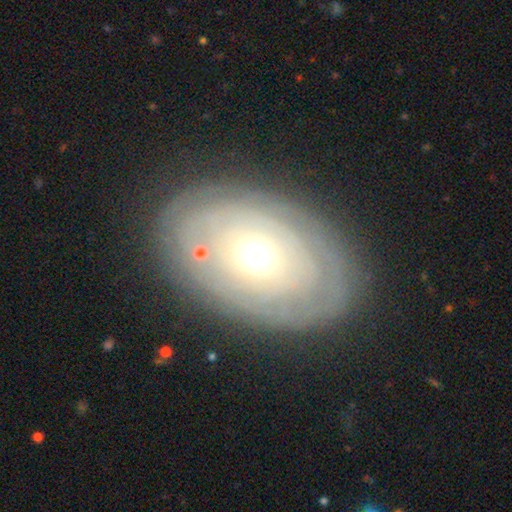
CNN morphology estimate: This is likely a featured or disk galaxy (63%). It is clearly not viewed edge-on (93%). Bar: clearly no (82%). Spiral arm pattern: possibly no (52%). Central bulge: likely moderate (64%). Merging: likely none (76%).